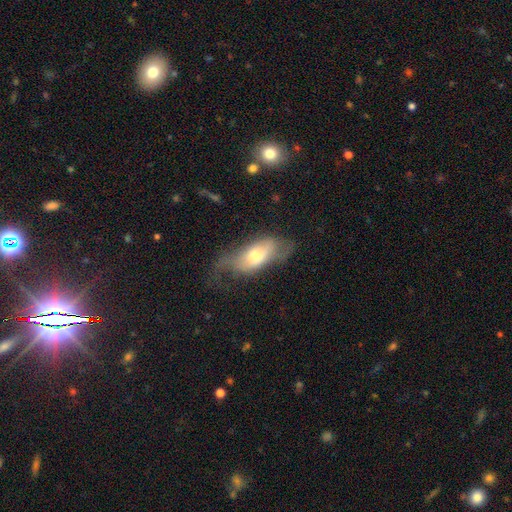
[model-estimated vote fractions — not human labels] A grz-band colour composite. It shows a smooth galaxy with no disk features (55%) that is in between round and cigar-shaped (83%). Merging: major disturbance (35%).